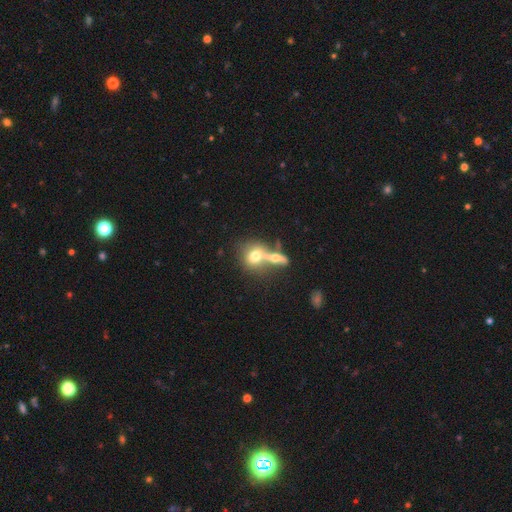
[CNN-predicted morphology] Q: Smooth or featured?
A: smooth (65%); runner-up: featured or disk (26%)
Q: How rounded?
A: round (63%); runner-up: in between (32%)
Q: Merging?
A: merger (59%); runner-up: none (26%)